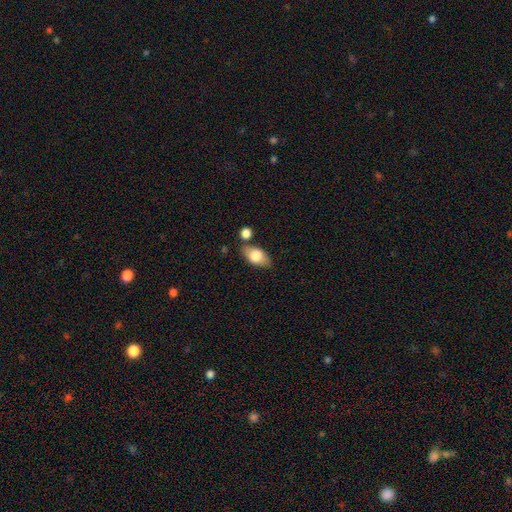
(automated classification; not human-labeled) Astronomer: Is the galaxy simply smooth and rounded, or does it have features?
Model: smooth — 75%.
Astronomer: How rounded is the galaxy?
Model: in between — 89%.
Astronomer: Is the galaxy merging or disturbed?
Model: none — 70%.